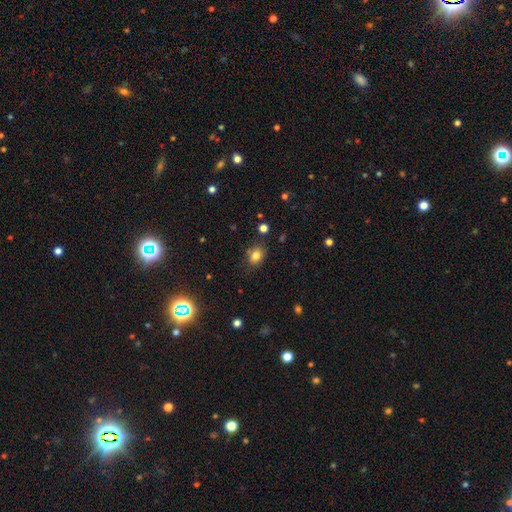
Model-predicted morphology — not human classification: Overall: smooth (80%). How rounded: round (52%; in between 47%). Merging: none (79%).